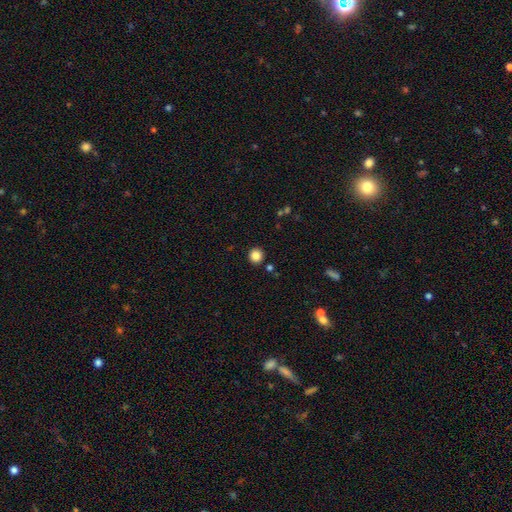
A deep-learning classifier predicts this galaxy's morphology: The model was most divided on "smooth or featured": smooth: 85%, star or artifact: 11%, featured or disk: 4%. More confident: how rounded — round (93%); merging — none (91%).